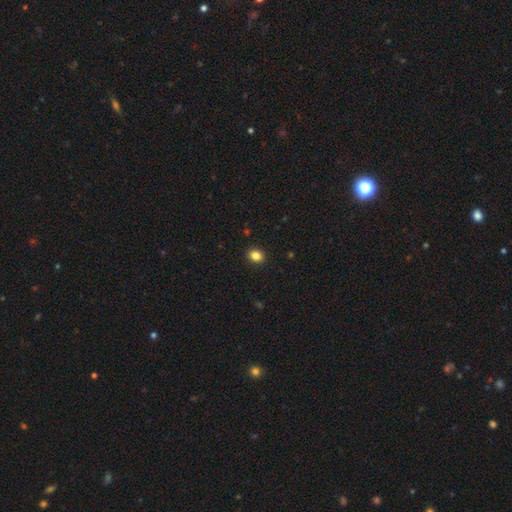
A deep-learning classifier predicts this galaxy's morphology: smooth 85%, star or artifact 11%, featured or disk 4%. Down the decision tree: how rounded — round (57%); merging — none (92%).